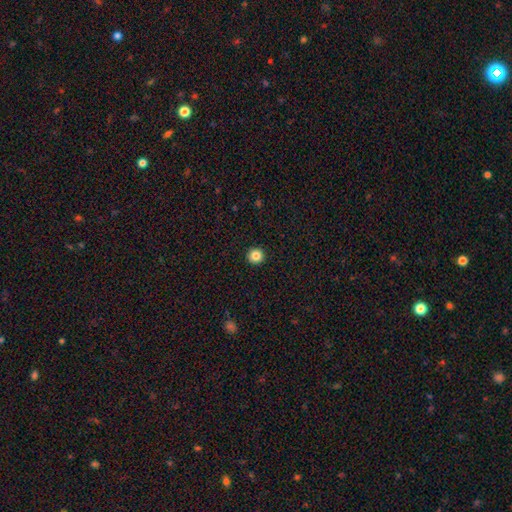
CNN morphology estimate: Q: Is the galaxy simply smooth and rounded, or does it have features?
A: smooth — 84%.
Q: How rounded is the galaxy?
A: round — 96%.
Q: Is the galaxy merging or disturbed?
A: none — 94%.